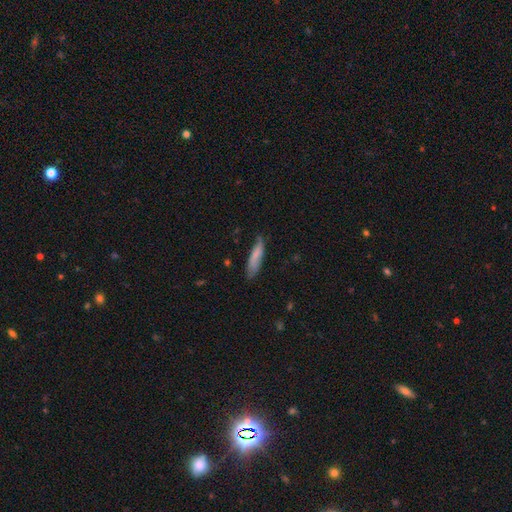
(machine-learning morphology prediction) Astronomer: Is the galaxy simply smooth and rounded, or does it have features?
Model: smooth — 75%.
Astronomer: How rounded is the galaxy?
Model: cigar-shaped — 72%.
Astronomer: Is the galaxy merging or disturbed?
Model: none — 67%.